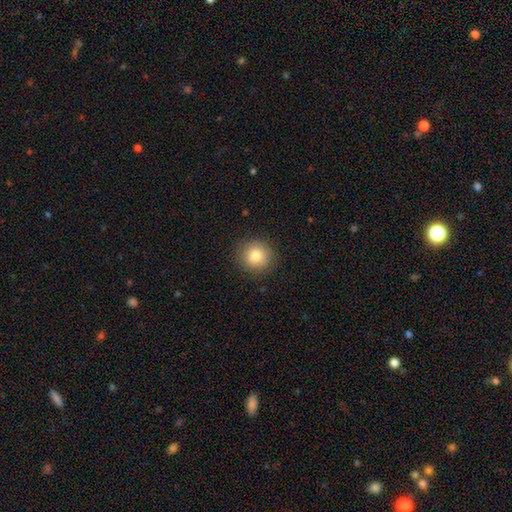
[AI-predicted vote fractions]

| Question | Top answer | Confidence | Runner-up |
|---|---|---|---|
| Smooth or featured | smooth | 81% | featured or disk (10%) |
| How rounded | round | 90% | in between (9%) |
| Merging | none | 88% | minor disturbance (9%) |